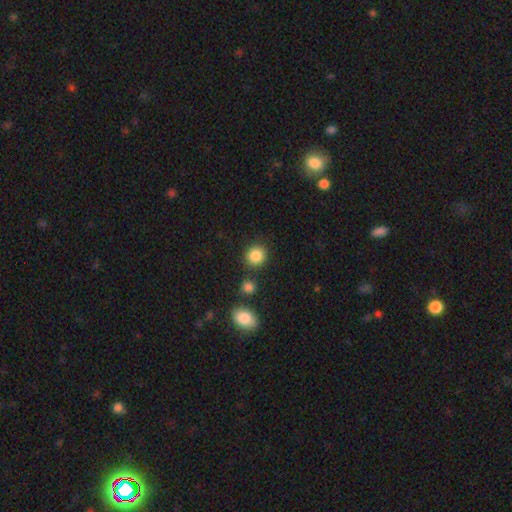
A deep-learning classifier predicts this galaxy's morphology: A smooth galaxy with no disk features (86%) that is round (83%).

Vote fractions:
- Smooth or featured? smooth: 86% / star or artifact: 9% / featured or disk: 4%
- How rounded? round: 83% / in between: 16% / cigar-shaped: 1%
- Merging? none: 82% / minor disturbance: 9% / merger: 6% / major disturbance: 3%